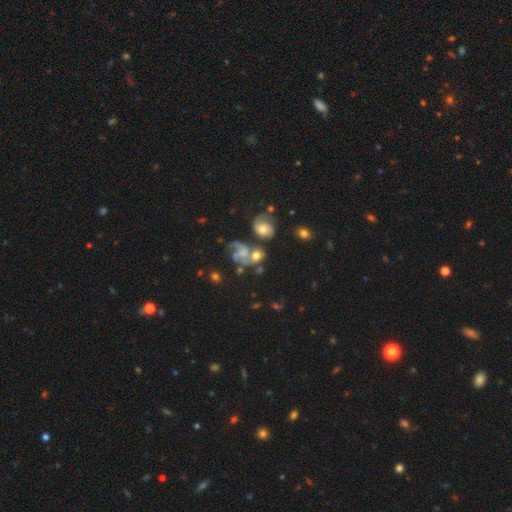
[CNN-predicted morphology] smooth_or_featured: featured or disk (p=0.52) [alt: smooth p=0.35]
disk_edge_on: no (p=0.96) [alt: yes p=0.04]
merging: merger (p=0.40) [alt: none p=0.29]